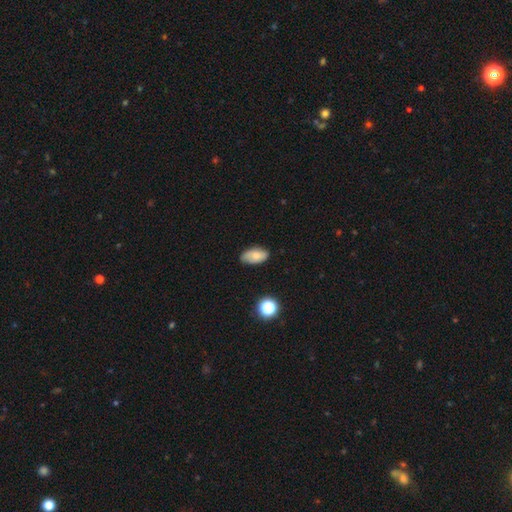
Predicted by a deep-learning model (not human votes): Smooth or featured? smooth (72%)
How rounded? in between (93%)
Merging? none (77%)